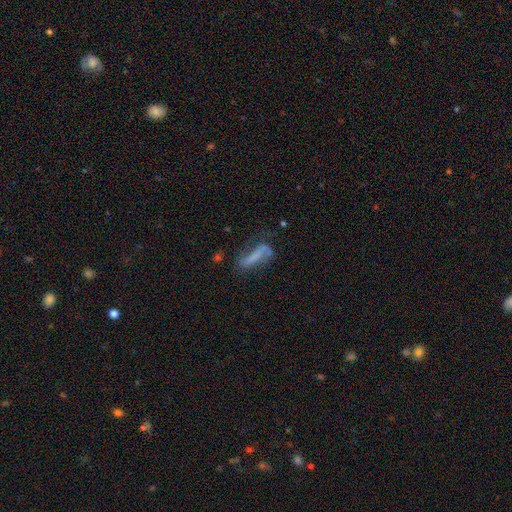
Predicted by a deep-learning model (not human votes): Overall: featured or disk (48%; smooth 40%). Merging: none (45%; minor disturbance 26%).